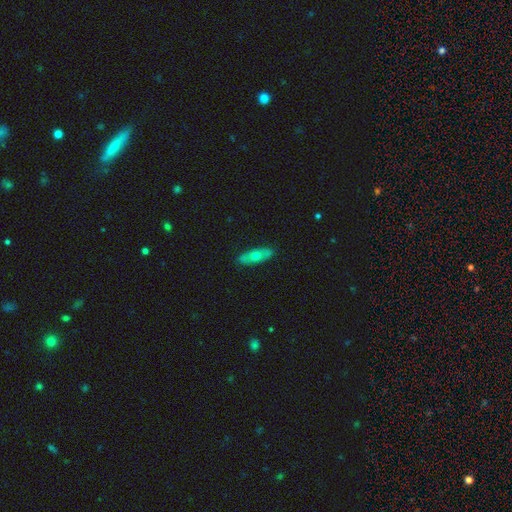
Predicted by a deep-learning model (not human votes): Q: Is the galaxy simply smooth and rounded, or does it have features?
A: smooth — 55%.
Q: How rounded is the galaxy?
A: in between — 62%.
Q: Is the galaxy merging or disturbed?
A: none — 87%.